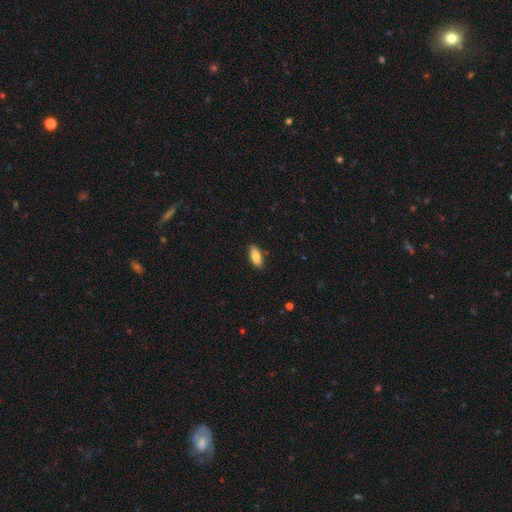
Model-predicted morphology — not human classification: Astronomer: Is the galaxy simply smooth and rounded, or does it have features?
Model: smooth — 80%.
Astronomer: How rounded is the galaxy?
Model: in between — 74%.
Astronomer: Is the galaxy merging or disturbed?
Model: none — 88%.